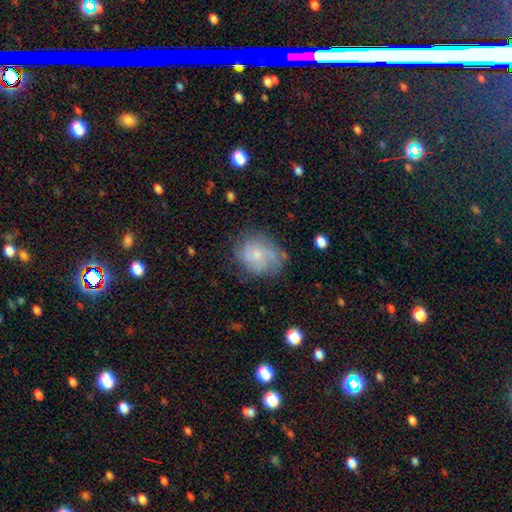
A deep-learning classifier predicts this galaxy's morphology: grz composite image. It shows a featured or disk galaxy (48%). Merging: none (61%).